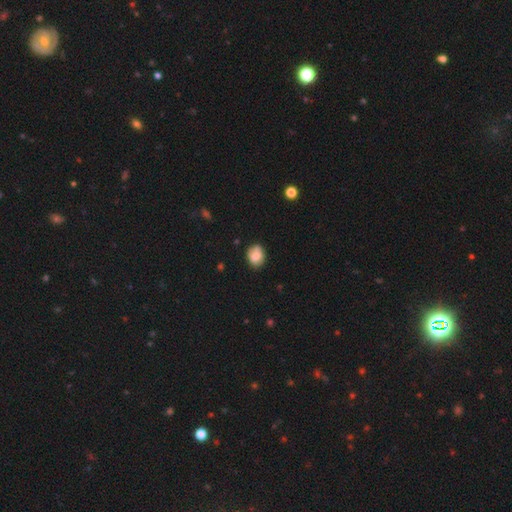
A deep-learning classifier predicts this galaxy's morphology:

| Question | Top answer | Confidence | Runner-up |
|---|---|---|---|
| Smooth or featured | smooth | 77% | featured or disk (15%) |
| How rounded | round | 51% | in between (48%) |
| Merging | none | 69% | minor disturbance (23%) |